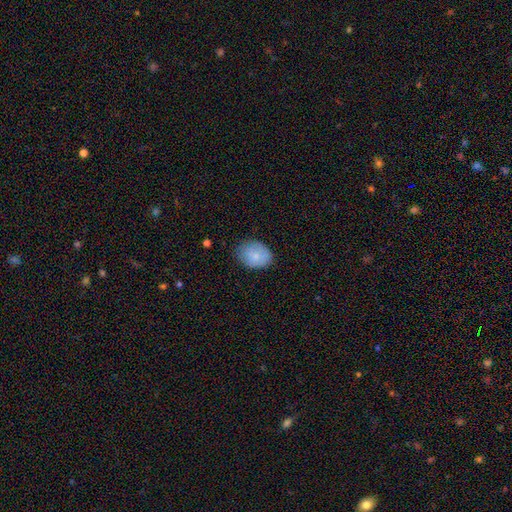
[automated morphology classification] type=smooth (81%); roundness=in between (67%); merging=none (75%).